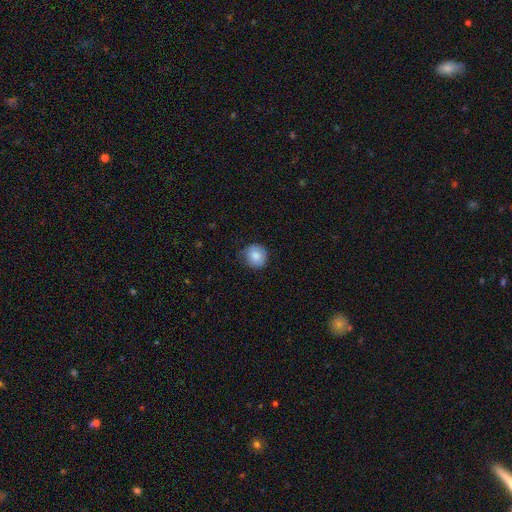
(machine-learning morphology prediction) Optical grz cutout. It shows a smooth galaxy with no disk features (83%) that is round (90%). Merging: none (74%).